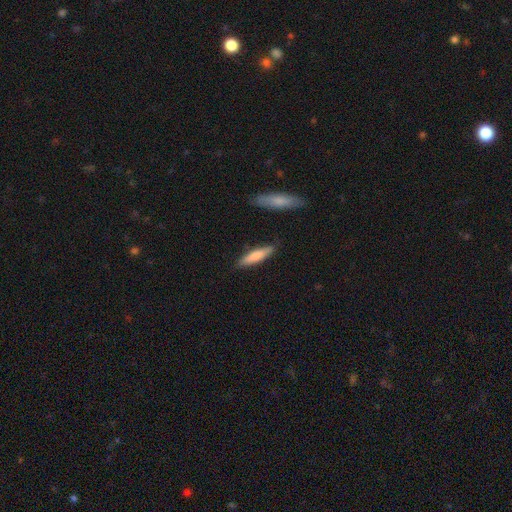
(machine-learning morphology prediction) Q: Smooth or featured?
A: smooth (75%); runner-up: featured or disk (19%)
Q: How rounded?
A: cigar-shaped (79%); runner-up: in between (20%)
Q: Merging?
A: none (86%); runner-up: minor disturbance (10%)